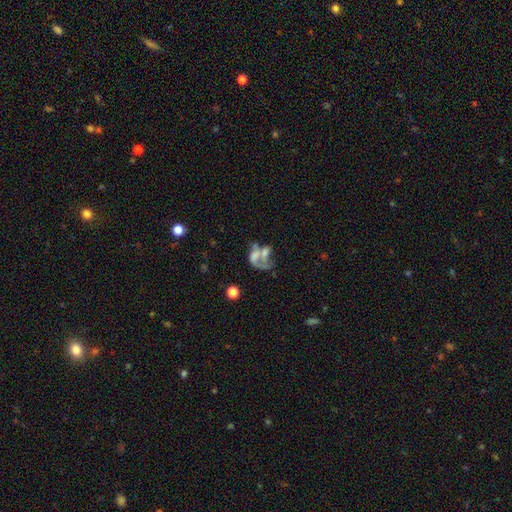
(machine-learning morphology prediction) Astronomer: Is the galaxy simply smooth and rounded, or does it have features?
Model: featured or disk — 52% (runner-up: smooth, 34%).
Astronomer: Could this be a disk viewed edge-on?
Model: no — 97%.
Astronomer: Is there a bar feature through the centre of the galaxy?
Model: no — 82%.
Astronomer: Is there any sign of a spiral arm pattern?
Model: no — 70%.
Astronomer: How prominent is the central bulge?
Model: none — 53%.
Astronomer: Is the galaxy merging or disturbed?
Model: merger — 48% (runner-up: major disturbance, 28%).